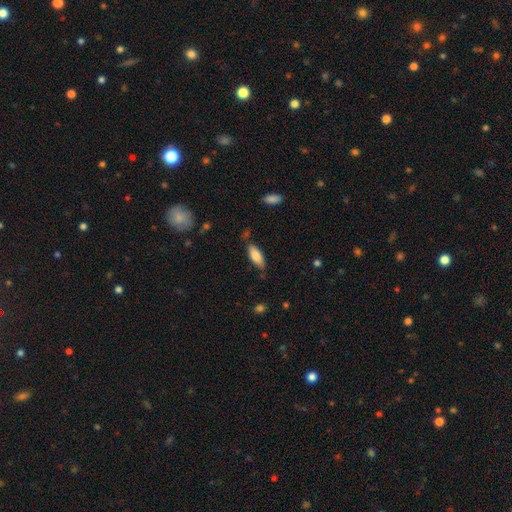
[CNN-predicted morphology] type=smooth (80%); roundness=in between (72%); merging=none (76%).